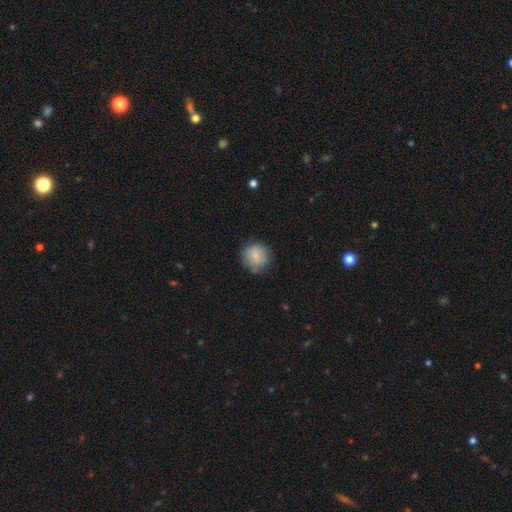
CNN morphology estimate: Smooth or featured? smooth (82%)
How rounded? round (91%)
Merging? none (75%)